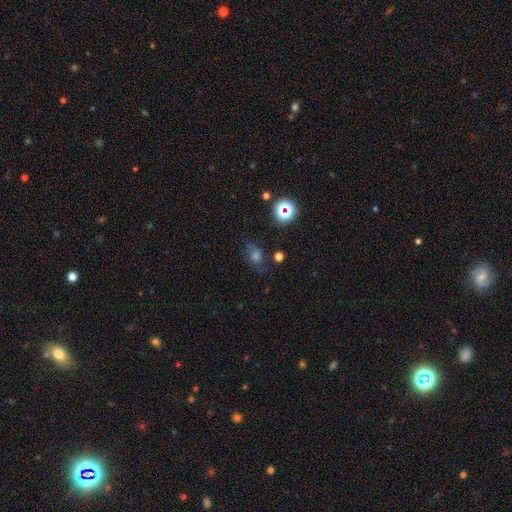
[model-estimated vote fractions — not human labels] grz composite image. It shows a star or artifact, not a galaxy (36%).